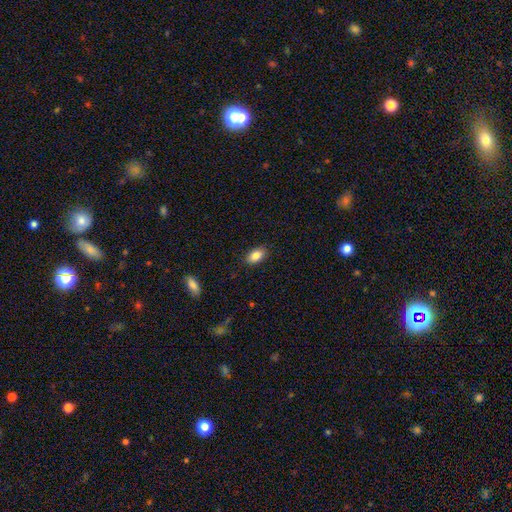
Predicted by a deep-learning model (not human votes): A smooth galaxy with no disk features (85%) that is in between round and cigar-shaped (91%).

Vote fractions:
- Smooth or featured? smooth: 85% / star or artifact: 8% / featured or disk: 7%
- How rounded? in between: 91% / round: 7% / cigar-shaped: 2%
- Merging? none: 88% / minor disturbance: 9% / major disturbance: 2% / merger: 1%